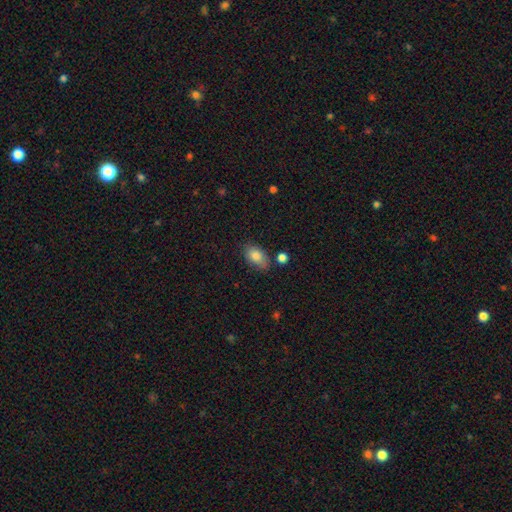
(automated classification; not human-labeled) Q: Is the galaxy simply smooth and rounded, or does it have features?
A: smooth — 82%.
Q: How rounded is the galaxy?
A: in between — 87%.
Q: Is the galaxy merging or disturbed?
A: none — 68%.